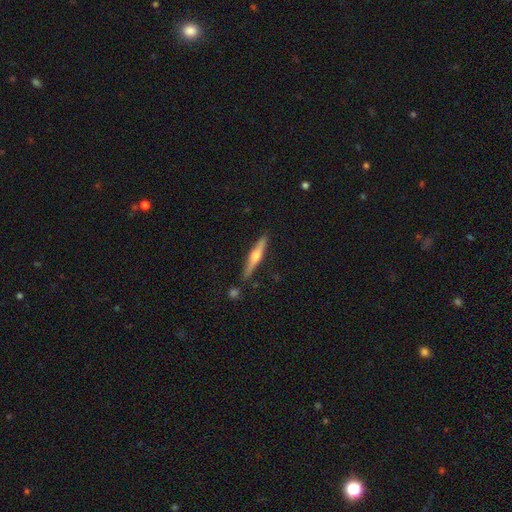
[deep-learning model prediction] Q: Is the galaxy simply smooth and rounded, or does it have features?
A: featured or disk — 61%.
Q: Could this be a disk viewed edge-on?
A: yes — 97%.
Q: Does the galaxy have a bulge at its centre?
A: rounded — 84%.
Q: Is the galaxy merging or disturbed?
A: none — 86%.